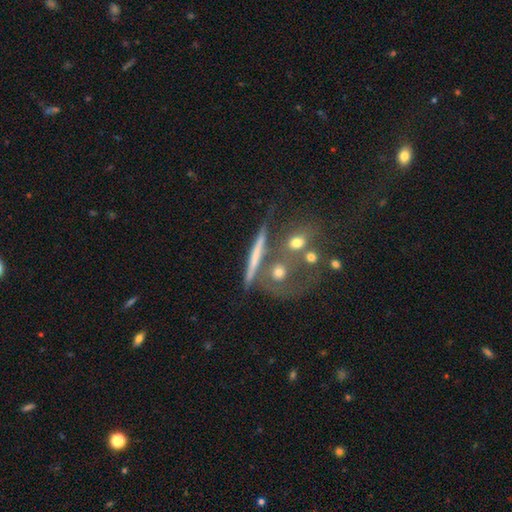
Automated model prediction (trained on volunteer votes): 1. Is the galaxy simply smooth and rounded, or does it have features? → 48% featured or disk, 41% smooth, 11% star or artifact.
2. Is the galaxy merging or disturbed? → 59% none, 18% merger, 14% minor disturbance, 8% major disturbance.